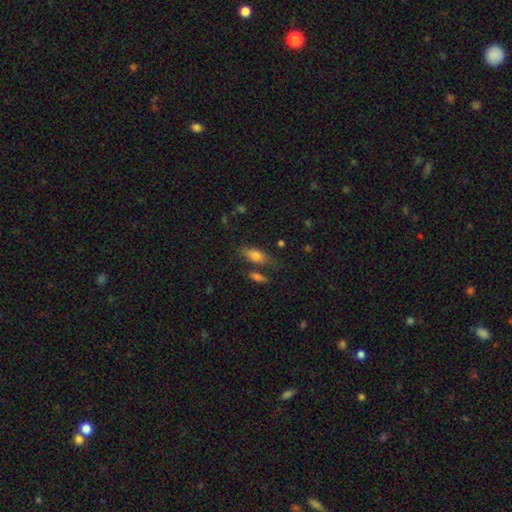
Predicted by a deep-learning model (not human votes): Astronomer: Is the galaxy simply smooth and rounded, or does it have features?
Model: smooth — 76%.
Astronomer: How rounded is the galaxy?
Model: in between — 73%.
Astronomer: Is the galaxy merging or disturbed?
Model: none — 67%.